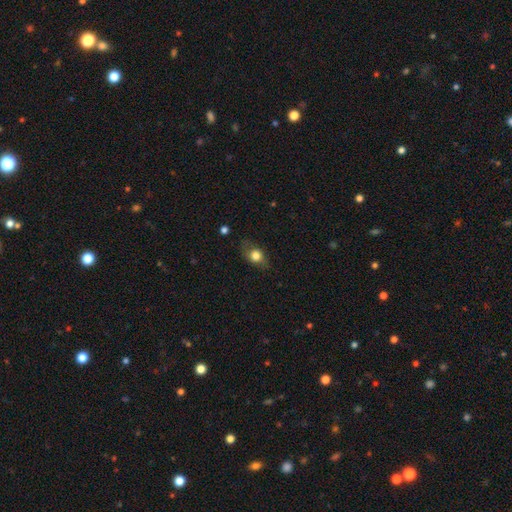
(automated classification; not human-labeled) This appears to be a smooth galaxy with no disk features (71%) that is in between round and cigar-shaped (53%). Merging: none (66%).